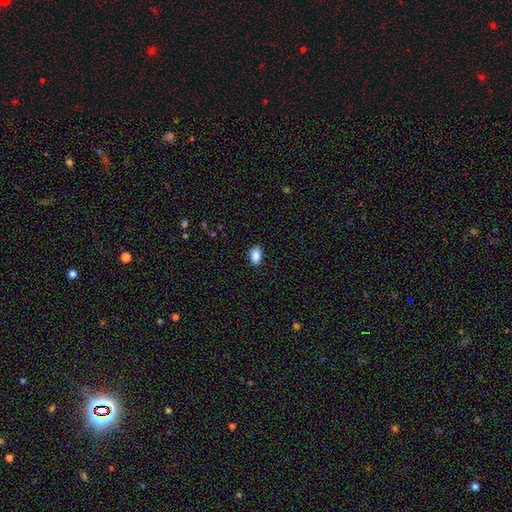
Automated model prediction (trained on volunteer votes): smooth 89%, star or artifact 8%, featured or disk 4%. Down the decision tree: how rounded — in between (90%); merging — none (86%).